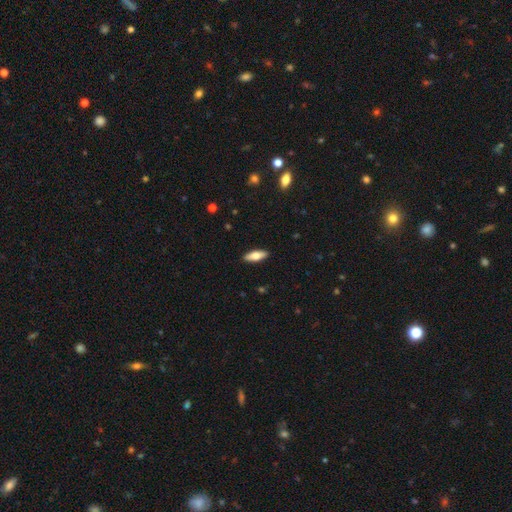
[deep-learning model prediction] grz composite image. It shows a smooth galaxy with no disk features (71%) that is in between round and cigar-shaped (66%). Merging: none (90%).